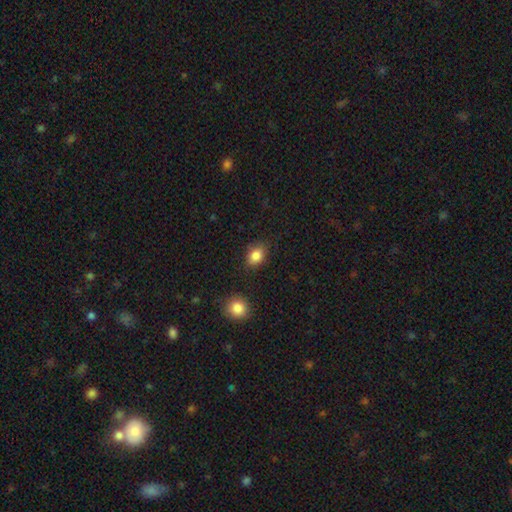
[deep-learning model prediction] smooth-or-featured: smooth: 85% | star or artifact: 9% | featured or disk: 6%
  how-rounded: in between: 71% | round: 28% | cigar-shaped: 1%
  merging: none: 79% | minor disturbance: 15% | major disturbance: 3% | merger: 3%